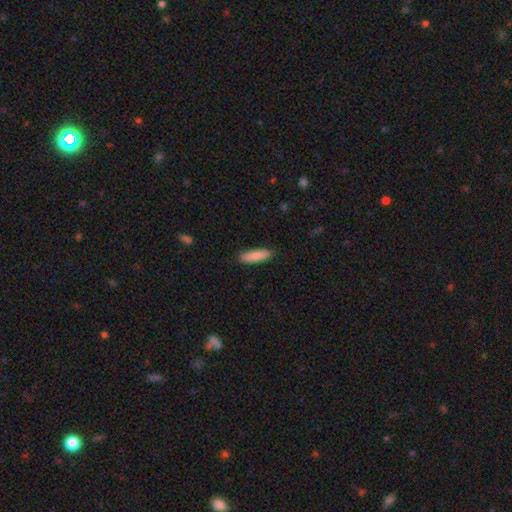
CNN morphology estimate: Smooth or featured? Predicted: smooth (p=0.86). How rounded? Predicted: cigar-shaped (p=0.68). Merging? Predicted: none (p=0.88).